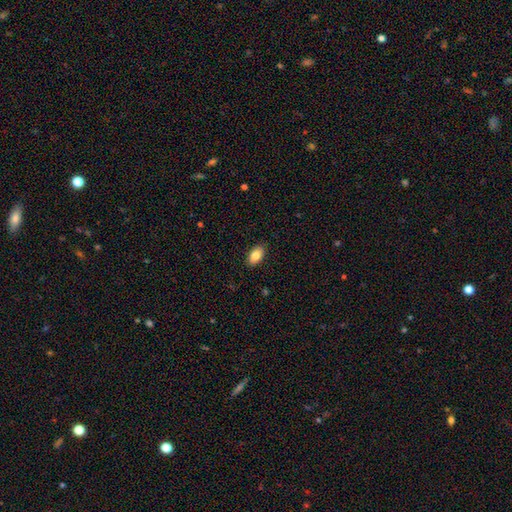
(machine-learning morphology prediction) The model was most divided on "smooth or featured": smooth: 83%, featured or disk: 9%, star or artifact: 7%. More confident: how rounded — in between (93%); merging — none (89%).